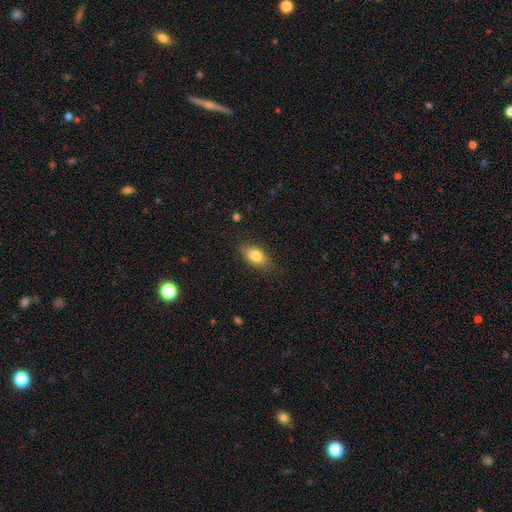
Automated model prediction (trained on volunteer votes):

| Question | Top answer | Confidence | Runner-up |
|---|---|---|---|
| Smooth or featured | smooth | 81% | featured or disk (11%) |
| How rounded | in between | 87% | round (8%) |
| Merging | none | 80% | minor disturbance (15%) |